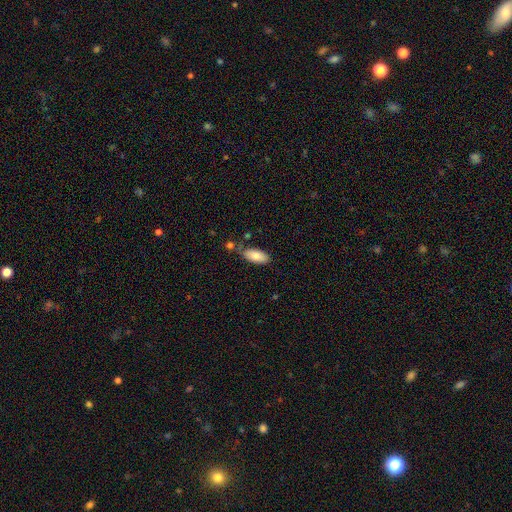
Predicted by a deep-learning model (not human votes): smooth-or-featured: smooth: 83% | featured or disk: 10% | star or artifact: 7%
  how-rounded: in between: 88% | cigar-shaped: 10% | round: 2%
  merging: none: 68% | minor disturbance: 19% | merger: 9% | major disturbance: 4%